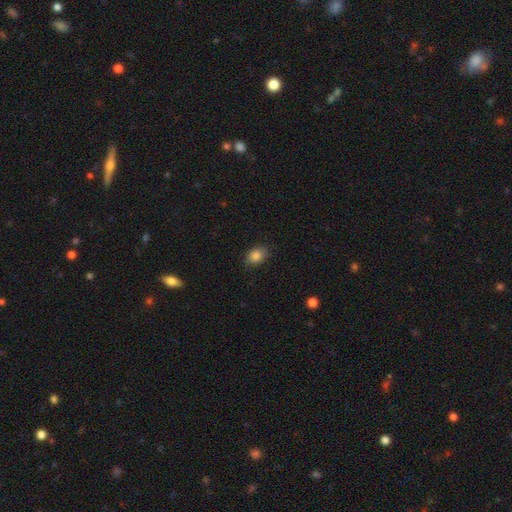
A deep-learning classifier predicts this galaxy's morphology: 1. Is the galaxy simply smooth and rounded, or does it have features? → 86% smooth, 9% star or artifact, 5% featured or disk.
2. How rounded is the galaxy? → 68% in between, 31% round, 1% cigar-shaped.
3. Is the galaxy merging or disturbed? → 82% none, 14% minor disturbance, 3% major disturbance, 1% merger.